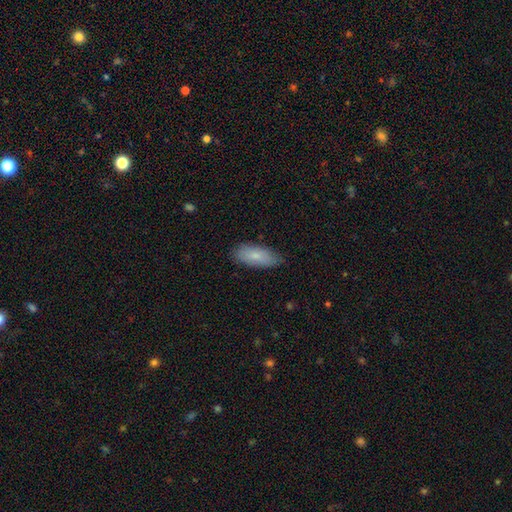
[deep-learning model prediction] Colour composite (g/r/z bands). It shows a smooth galaxy with no disk features (82%) that is in between round and cigar-shaped (82%). Merging: none (79%).